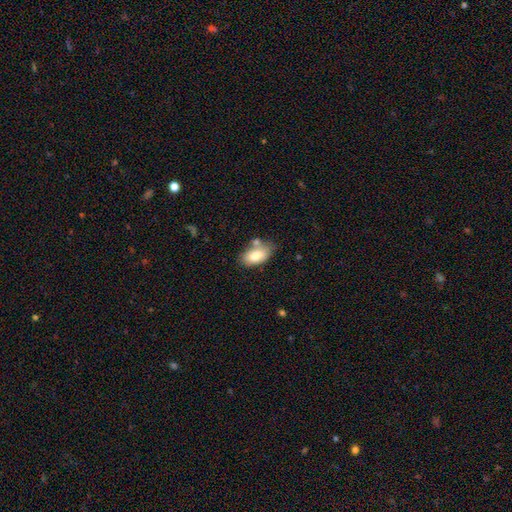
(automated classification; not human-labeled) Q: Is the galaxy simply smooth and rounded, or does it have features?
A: smooth — 79%.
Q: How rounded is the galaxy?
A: in between — 93%.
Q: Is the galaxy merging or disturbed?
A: none — 62%.